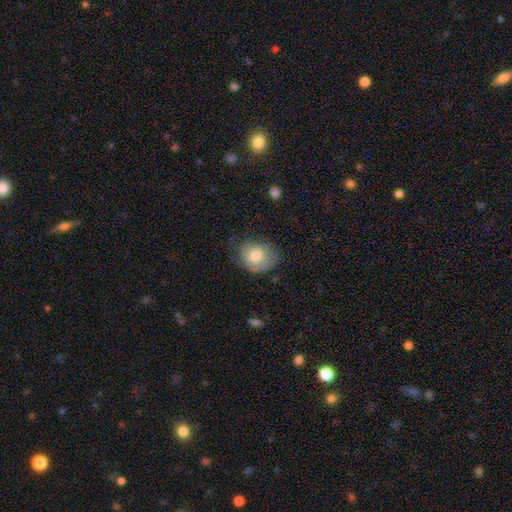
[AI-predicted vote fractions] Smooth or featured? Predicted: smooth (p=0.66). How rounded? Predicted: round (p=0.56). Merging? Predicted: none (p=0.58).